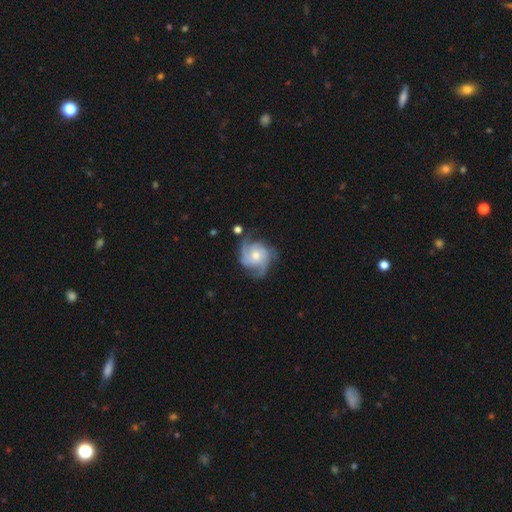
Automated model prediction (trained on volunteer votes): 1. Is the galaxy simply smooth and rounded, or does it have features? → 87% featured or disk, 8% smooth, 5% star or artifact.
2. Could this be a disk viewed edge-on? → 98% no, 2% yes.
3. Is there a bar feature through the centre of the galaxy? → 73% no, 23% weak, 4% strong.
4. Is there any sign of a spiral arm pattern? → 97% yes, 3% no.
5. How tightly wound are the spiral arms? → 45% medium (tied), 45% tight (tied), 11% loose.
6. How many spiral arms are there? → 54% 3, 14% 2, 13% 4, 10% can't tell, 5% 1, 5% more than 4.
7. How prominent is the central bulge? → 58% moderate, 35% small, 4% large, 2% none, 1% dominant.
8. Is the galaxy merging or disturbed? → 70% none, 19% minor disturbance, 9% major disturbance, 2% merger.